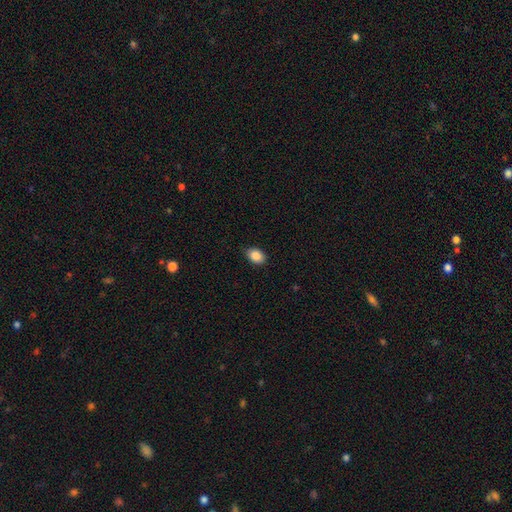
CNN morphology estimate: Overall: smooth (87%). How rounded: in between (78%). Merging: none (87%).